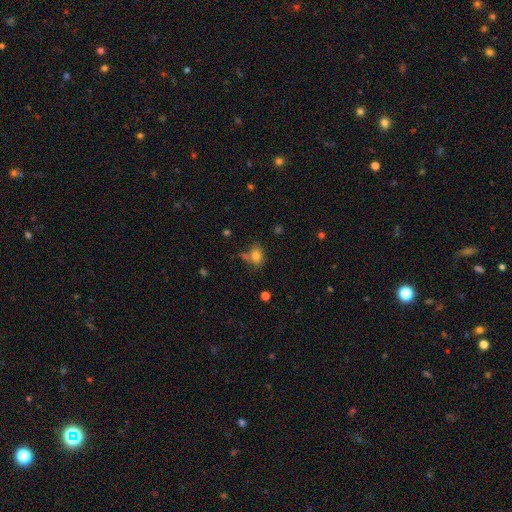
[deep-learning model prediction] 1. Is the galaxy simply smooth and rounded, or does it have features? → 78% smooth, 13% star or artifact, 10% featured or disk.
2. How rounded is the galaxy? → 58% in between, 41% round, 2% cigar-shaped.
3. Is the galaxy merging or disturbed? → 59% none, 21% minor disturbance, 12% merger, 8% major disturbance.